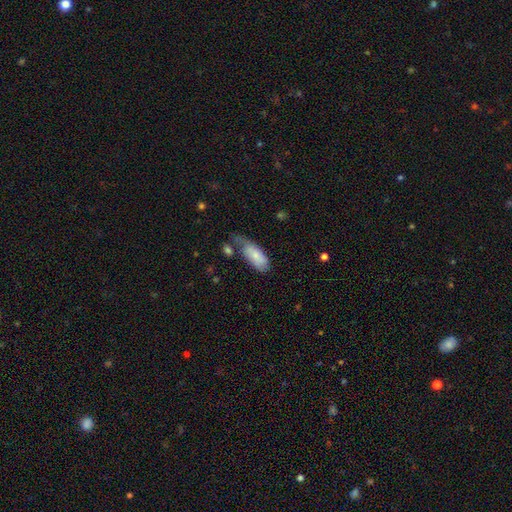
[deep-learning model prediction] A smooth galaxy with no disk features (74%) that is in between round and cigar-shaped (85%). Merging: minor disturbance (35%).